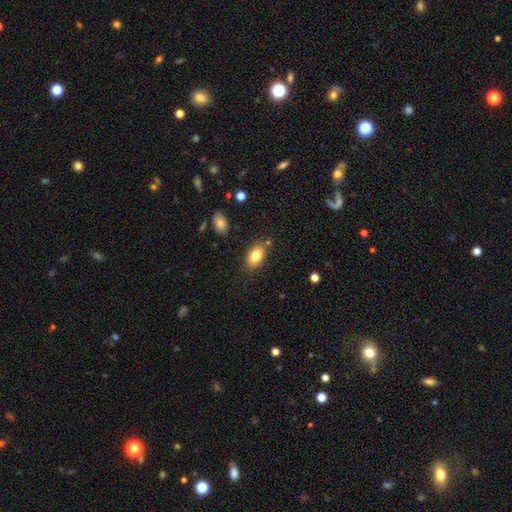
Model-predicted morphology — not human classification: This appears to be a smooth galaxy with no disk features (81%) that is in between round and cigar-shaped (88%). Merging: none (80%).